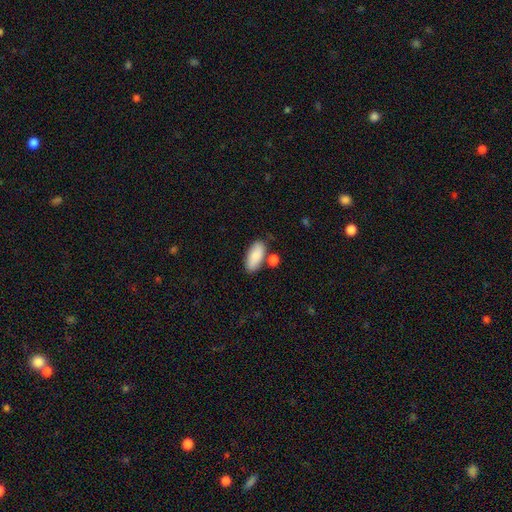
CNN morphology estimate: Smooth or featured? smooth (85%)
How rounded? in between (89%)
Merging? none (71%)